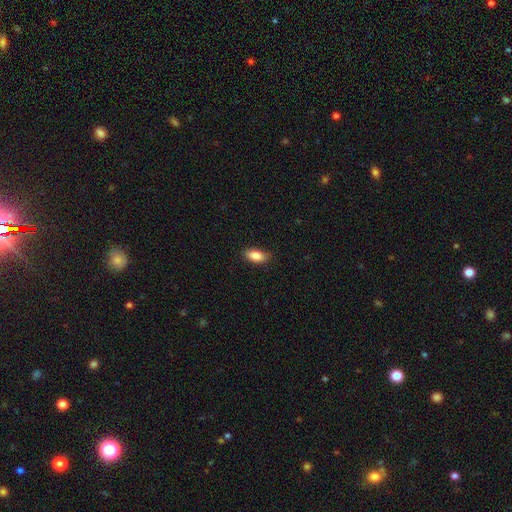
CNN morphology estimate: The model was most divided on "merging": none: 86%, minor disturbance: 11%, major disturbance: 2%, merger: 1%. More confident: how rounded — in between (89%); smooth or featured — smooth (87%).